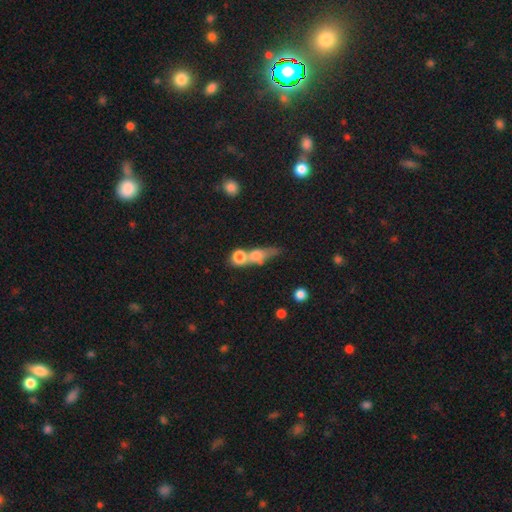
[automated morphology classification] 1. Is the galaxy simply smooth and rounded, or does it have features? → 63% smooth, 25% featured or disk, 12% star or artifact.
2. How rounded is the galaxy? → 37% round, 36% in between, 27% cigar-shaped.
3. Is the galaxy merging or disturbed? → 54% merger, 25% none, 11% minor disturbance, 10% major disturbance.